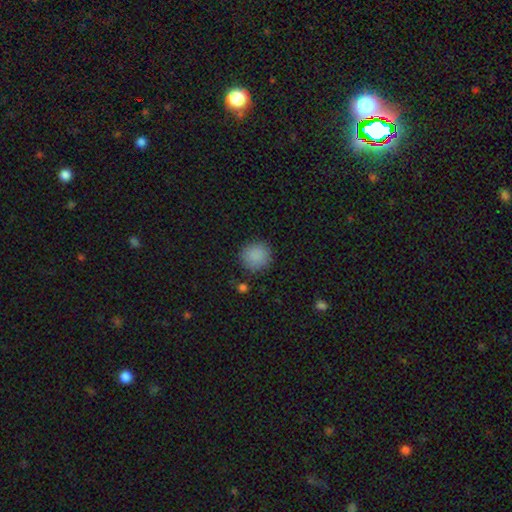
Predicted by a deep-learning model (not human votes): Morphology: type=smooth (87%); roundness=round (91%); merging=none (87%).